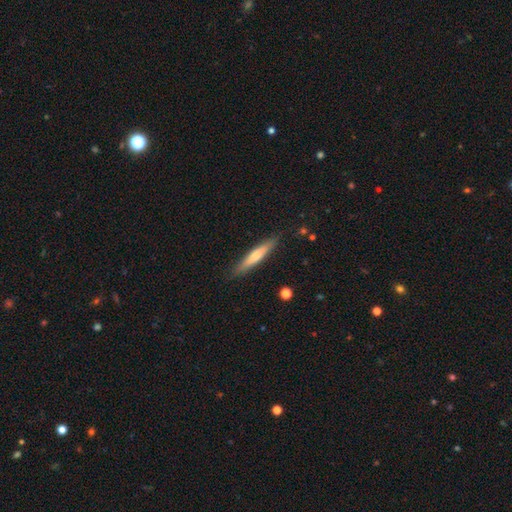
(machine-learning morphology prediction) A smooth galaxy with no disk features (63%) that is cigar-shaped (89%).

Vote fractions:
- Smooth or featured? smooth: 63% / featured or disk: 32% / star or artifact: 6%
- How rounded? cigar-shaped: 89% / in between: 9% / round: 1%
- Merging? none: 86% / minor disturbance: 10% / major disturbance: 2% / merger: 1%